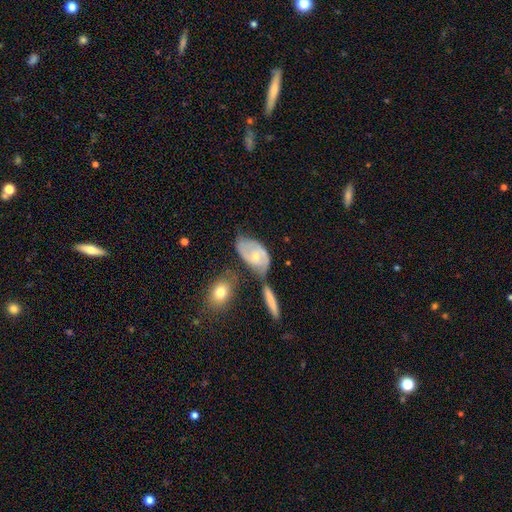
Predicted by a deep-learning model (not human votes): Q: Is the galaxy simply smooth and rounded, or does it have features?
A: featured or disk — 53%.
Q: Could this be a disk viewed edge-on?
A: no — 91%.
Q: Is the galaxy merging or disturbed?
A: none — 32%.